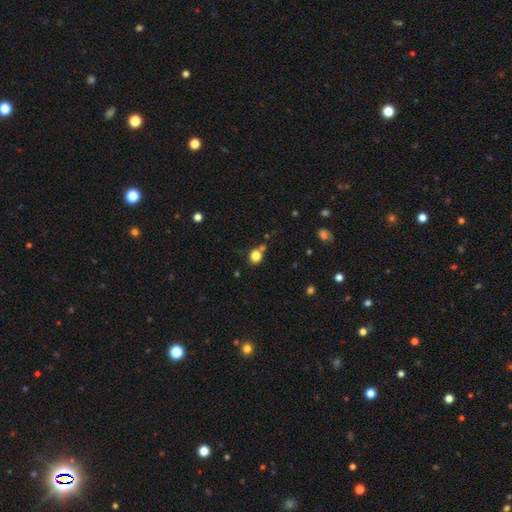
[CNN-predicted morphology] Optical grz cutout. It shows a smooth galaxy with no disk features (82%) that is round (77%). Merging: none (66%).